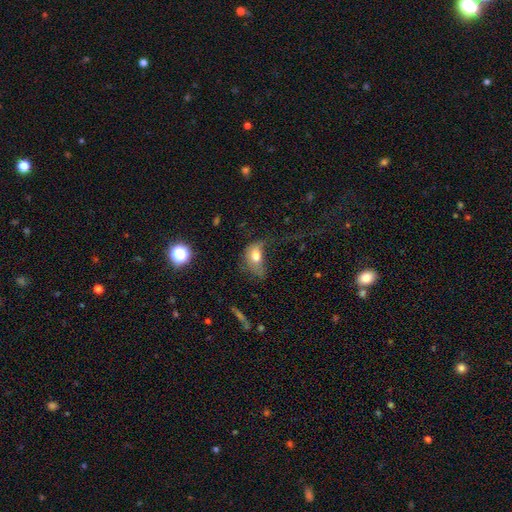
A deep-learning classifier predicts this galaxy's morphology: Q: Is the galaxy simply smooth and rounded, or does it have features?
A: smooth — 69%.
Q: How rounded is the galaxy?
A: in between — 81%.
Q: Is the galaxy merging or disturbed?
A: major disturbance — 52%.